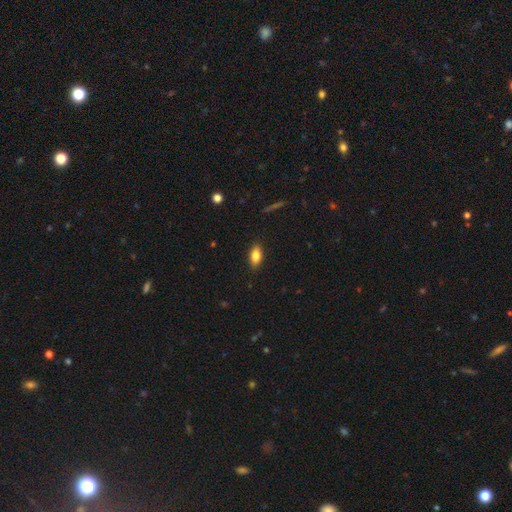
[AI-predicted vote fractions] A smooth galaxy with no disk features (82%) that is in between round and cigar-shaped (87%).

Vote fractions:
- Smooth or featured? smooth: 82% / featured or disk: 10% / star or artifact: 8%
- How rounded? in between: 87% / cigar-shaped: 8% / round: 5%
- Merging? none: 88% / minor disturbance: 9% / major disturbance: 2% / merger: 1%